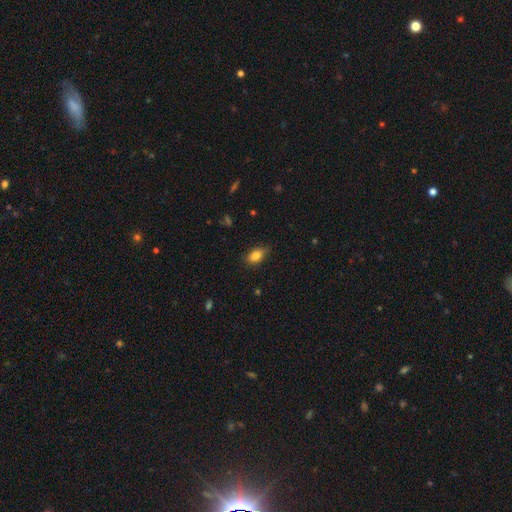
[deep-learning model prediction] Overall: smooth (84%). How rounded: in between (85%). Merging: none (77%).